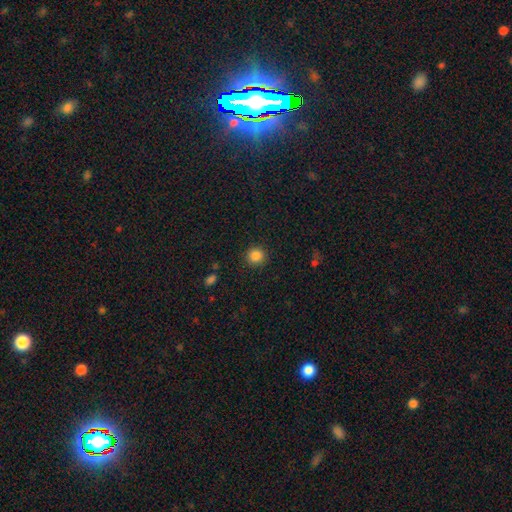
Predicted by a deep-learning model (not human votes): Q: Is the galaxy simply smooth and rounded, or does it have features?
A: smooth — 86%.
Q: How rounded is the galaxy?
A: round — 93%.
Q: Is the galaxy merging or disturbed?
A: none — 91%.